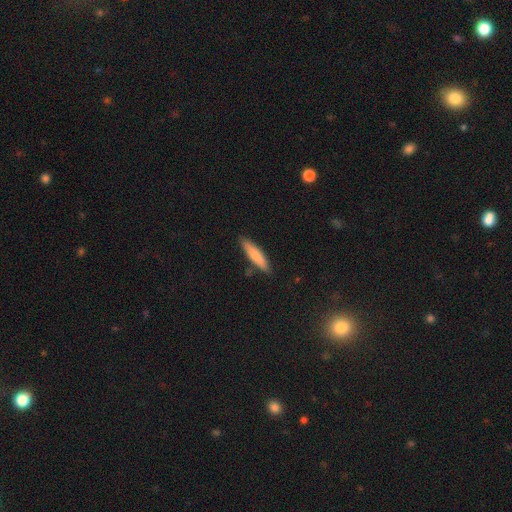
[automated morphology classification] Overall: smooth (79%). How rounded: cigar-shaped (79%). Merging: none (84%).